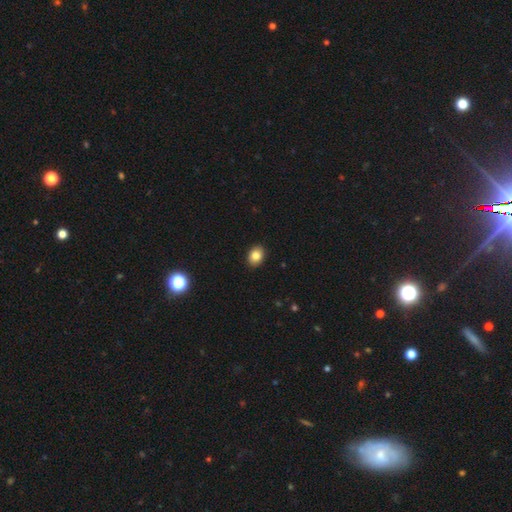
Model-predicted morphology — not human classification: This is clearly a smooth galaxy (84%). How rounded: likely in between (61%). Merging: clearly none (91%).